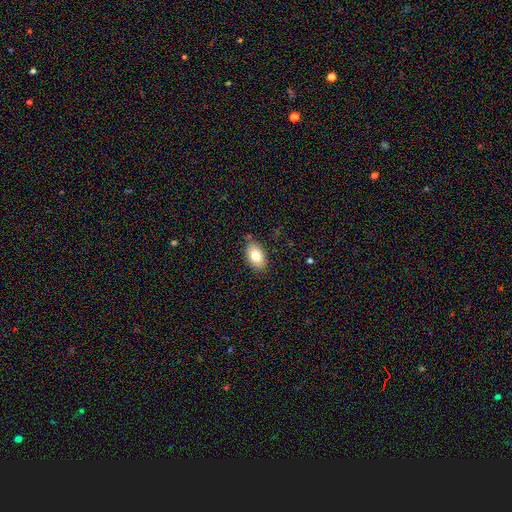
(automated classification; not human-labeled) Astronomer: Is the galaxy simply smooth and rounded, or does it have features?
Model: smooth — 79%.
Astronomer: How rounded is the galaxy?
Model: in between — 90%.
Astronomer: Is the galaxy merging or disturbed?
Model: none — 82%.